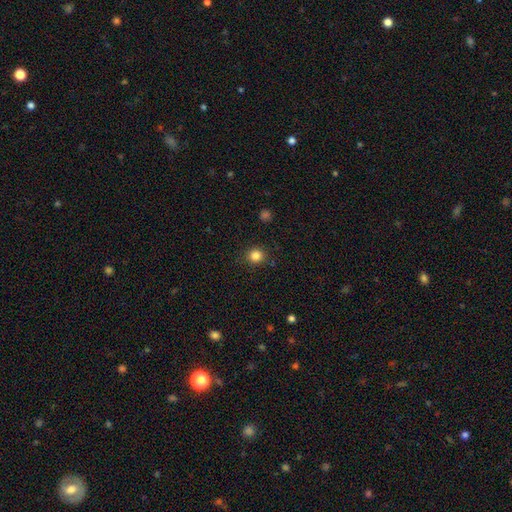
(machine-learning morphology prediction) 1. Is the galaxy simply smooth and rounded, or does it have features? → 83% smooth, 12% star or artifact, 4% featured or disk.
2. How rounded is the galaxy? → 89% round, 10% in between, 1% cigar-shaped.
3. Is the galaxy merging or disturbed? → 90% none, 7% minor disturbance, 2% major disturbance, 1% merger.